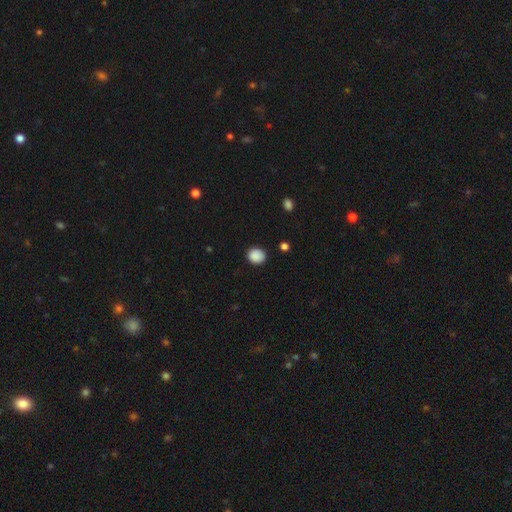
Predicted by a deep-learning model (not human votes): Smooth or featured? smooth (88%)
How rounded? round (74%)
Merging? none (86%)